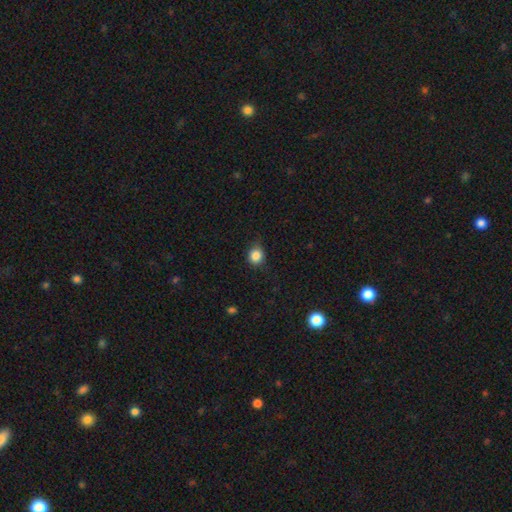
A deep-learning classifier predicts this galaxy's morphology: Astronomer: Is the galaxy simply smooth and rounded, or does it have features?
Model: smooth — 85%.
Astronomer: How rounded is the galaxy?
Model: round — 80%.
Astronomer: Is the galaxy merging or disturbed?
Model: none — 76%.